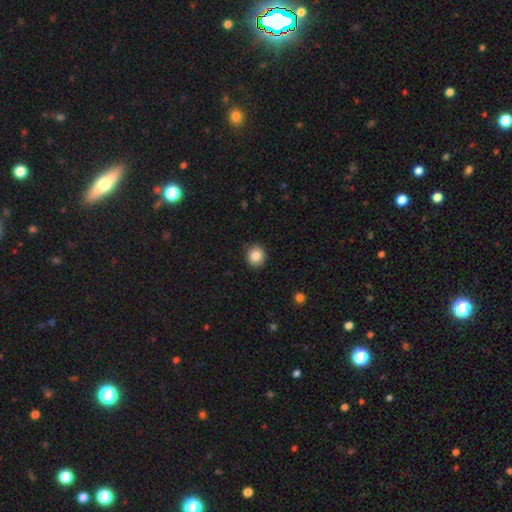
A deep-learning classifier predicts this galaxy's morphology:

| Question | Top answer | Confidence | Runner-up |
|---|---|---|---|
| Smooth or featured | smooth | 87% | star or artifact (9%) |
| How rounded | round | 80% | in between (19%) |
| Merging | none | 89% | minor disturbance (8%) |